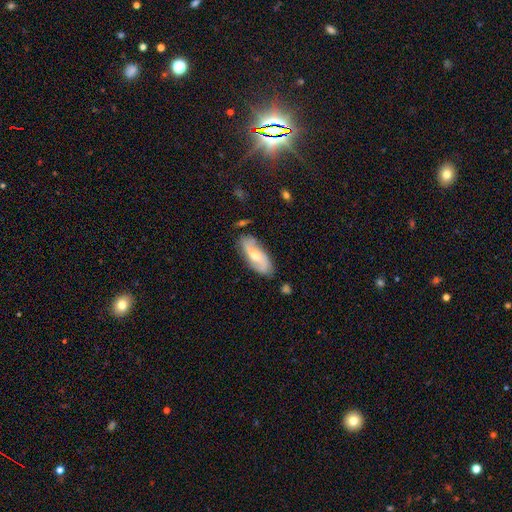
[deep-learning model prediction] featured or disk 66%, smooth 28%, star or artifact 6%. Down the decision tree: edge-on disk — no (89%); bar — no (50%); spiral arms — yes (91%); spiral arm count — 2 (85%); spiral winding — loose (44%); bulge size — moderate (63%); merging — none (77%).